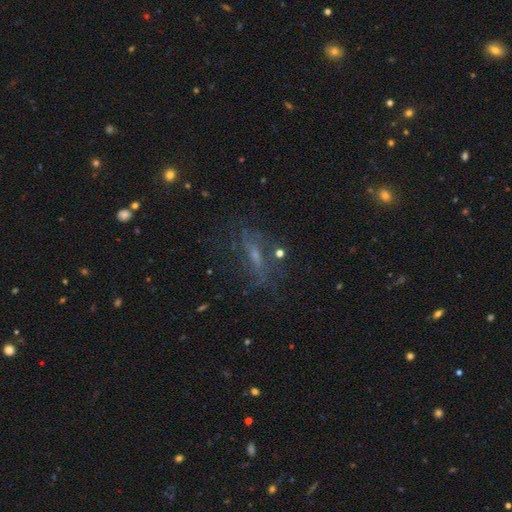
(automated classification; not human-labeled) Smooth or featured?
  - featured or disk: 51% *
  - smooth: 27%
  - star or artifact: 22%
Edge-on disk?
  - no: 66% *
  - yes: 34%
Merging?
  - none: 62% *
  - minor disturbance: 18%
  - major disturbance: 15%
  - merger: 4%